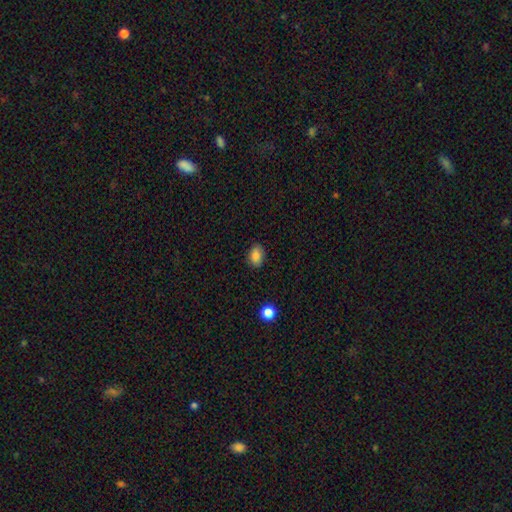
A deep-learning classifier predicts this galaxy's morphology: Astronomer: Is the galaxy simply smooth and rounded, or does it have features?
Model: smooth — 85%.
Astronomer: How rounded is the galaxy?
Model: in between — 81%.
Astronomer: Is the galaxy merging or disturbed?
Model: none — 85%.